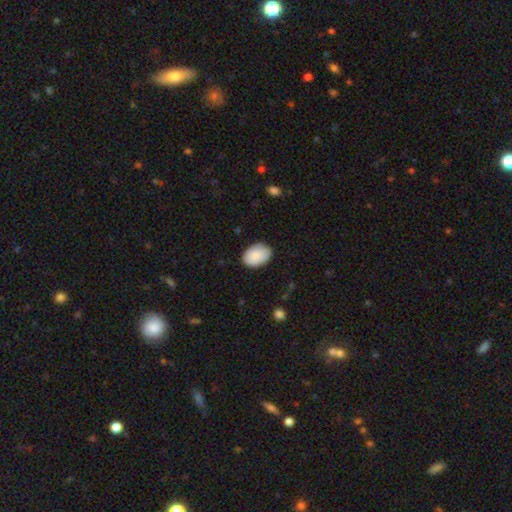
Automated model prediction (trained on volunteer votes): smooth 86%, featured or disk 8%, star or artifact 6%. Down the decision tree: how rounded — in between (81%); merging — none (82%).